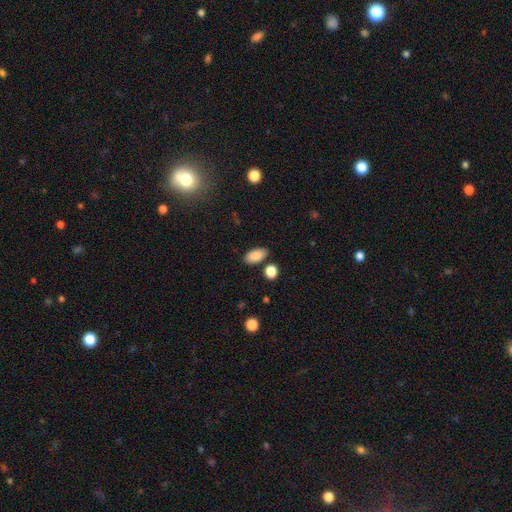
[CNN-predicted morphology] This is clearly a smooth galaxy (87%). How rounded: clearly in between (92%). Merging: clearly none (81%).